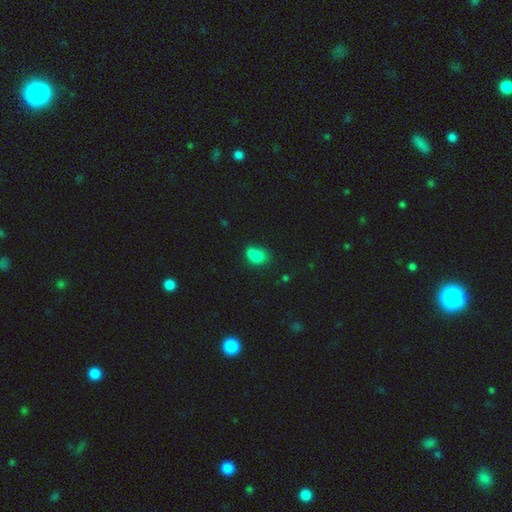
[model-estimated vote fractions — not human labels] This appears to be a smooth galaxy with no disk features (77%) that is in between round and cigar-shaped (69%). Merging: none (39%).